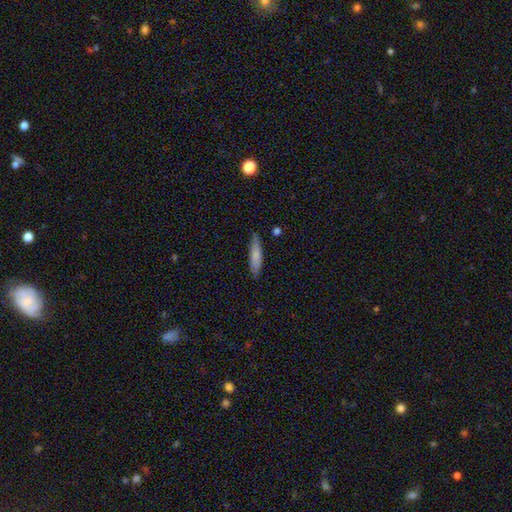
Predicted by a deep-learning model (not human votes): This appears to be a smooth galaxy with no disk features (77%) that is cigar-shaped (78%). Merging: none (84%).